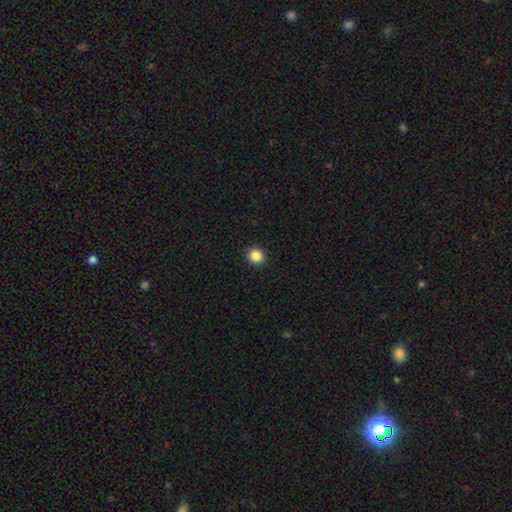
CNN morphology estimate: smooth-or-featured: smooth: 87% | star or artifact: 10% | featured or disk: 3%
  how-rounded: round: 89% | in between: 10% | cigar-shaped: 1%
  merging: none: 92% | minor disturbance: 5% | major disturbance: 2% | merger: 1%